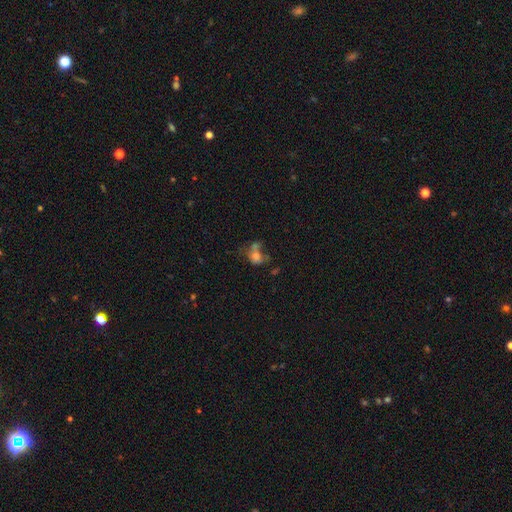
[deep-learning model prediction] Smooth or featured?
  - smooth: 62% *
  - featured or disk: 21%
  - star or artifact: 17%
How rounded?
  - in between: 58% *
  - round: 40%
  - cigar-shaped: 2%
Merging?
  - merger: 35% *
  - none: 28%
  - major disturbance: 21%
  - minor disturbance: 16%